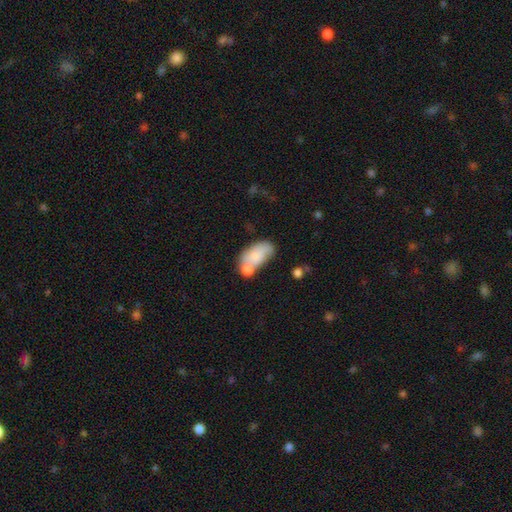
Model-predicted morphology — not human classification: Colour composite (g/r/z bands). It shows a smooth galaxy with no disk features (71%) that is in between round and cigar-shaped (92%). Merging: none (35%).